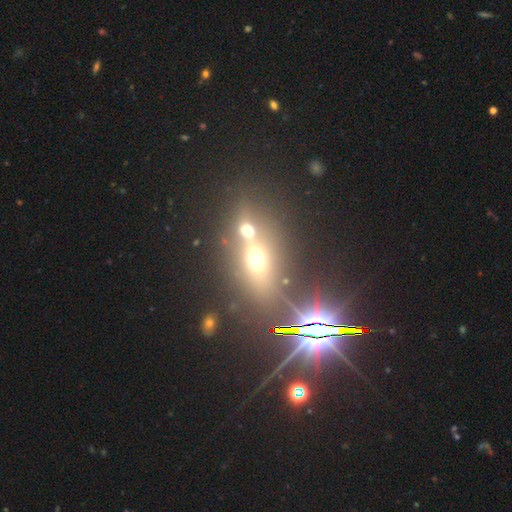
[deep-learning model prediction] A star or artifact, not a galaxy (40%).

Vote fractions:
- Smooth or featured? star or artifact: 40% / smooth: 37% / featured or disk: 24%